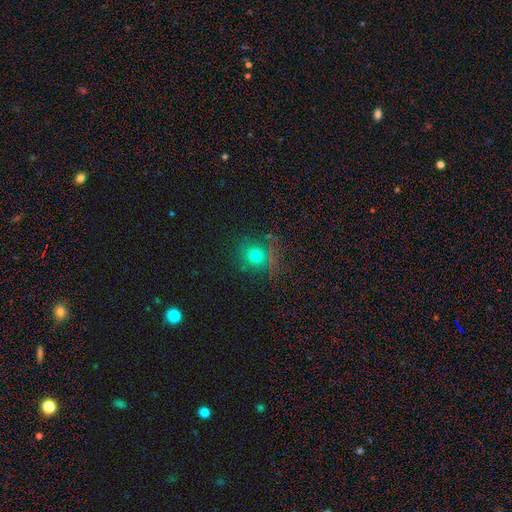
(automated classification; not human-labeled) smooth_or_featured: smooth (p=0.68) [alt: star or artifact p=0.23]
how_rounded: round (p=0.82) [alt: in between p=0.16]
merging: none (p=0.78) [alt: minor disturbance p=0.12]